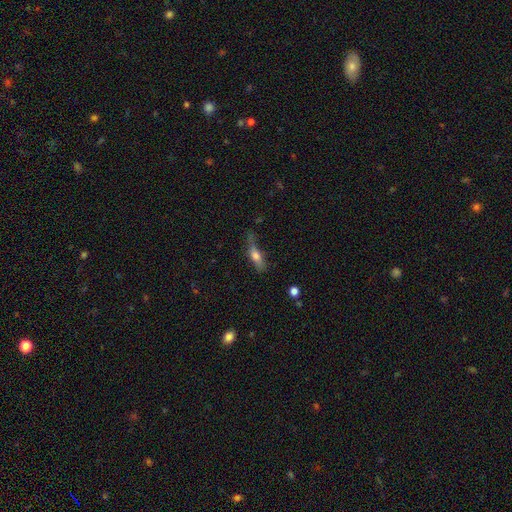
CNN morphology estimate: smooth_or_featured: smooth (p=0.59) [alt: featured or disk p=0.32]
how_rounded: cigar-shaped (p=0.52) [alt: in between p=0.44]
merging: none (p=0.47) [alt: minor disturbance p=0.32]